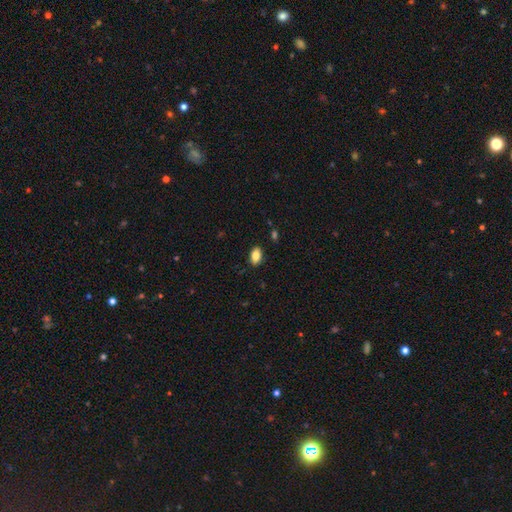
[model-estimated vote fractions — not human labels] smooth_or_featured: smooth (p=0.86) [alt: star or artifact p=0.08]
how_rounded: in between (p=0.89) [alt: round p=0.09]
merging: none (p=0.88) [alt: minor disturbance p=0.09]